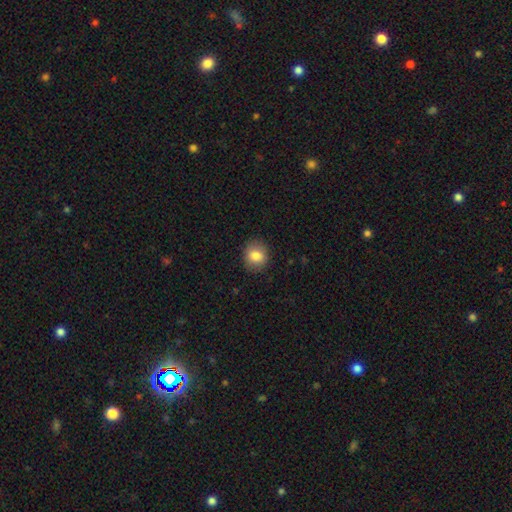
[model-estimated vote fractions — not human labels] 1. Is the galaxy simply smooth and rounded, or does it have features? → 83% smooth, 9% star or artifact, 8% featured or disk.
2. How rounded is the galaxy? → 73% round, 26% in between, 1% cigar-shaped.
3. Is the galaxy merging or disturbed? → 87% none, 9% minor disturbance, 3% major disturbance, 1% merger.